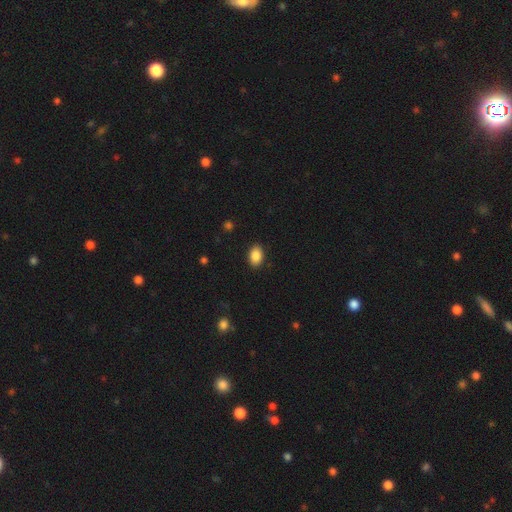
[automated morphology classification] Smooth or featured? Predicted: smooth (p=0.88). How rounded? Predicted: in between (p=0.86). Merging? Predicted: none (p=0.89).